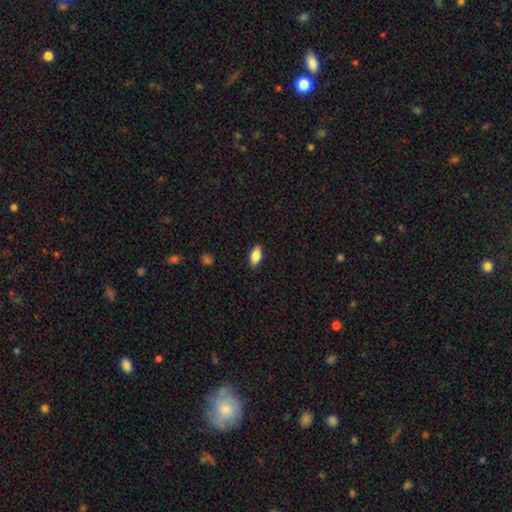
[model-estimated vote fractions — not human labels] Q: Smooth or featured?
A: smooth (79%); runner-up: featured or disk (14%)
Q: How rounded?
A: in between (88%); runner-up: cigar-shaped (9%)
Q: Merging?
A: none (88%); runner-up: minor disturbance (9%)